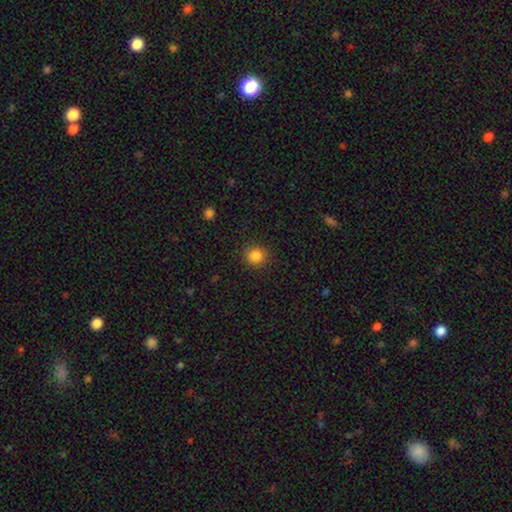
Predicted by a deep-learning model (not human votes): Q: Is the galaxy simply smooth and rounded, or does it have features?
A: smooth — 85%.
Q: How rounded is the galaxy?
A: round — 92%.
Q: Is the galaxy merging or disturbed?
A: none — 89%.